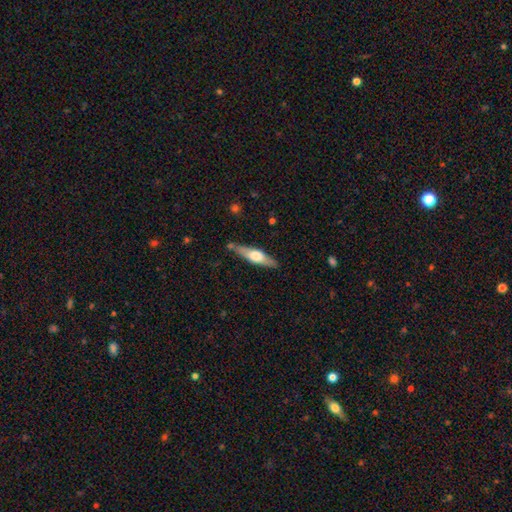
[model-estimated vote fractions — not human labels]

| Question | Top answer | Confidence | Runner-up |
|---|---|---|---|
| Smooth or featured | featured or disk | 53% | smooth (42%) |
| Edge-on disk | yes | 91% | no (9%) |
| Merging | none | 80% | minor disturbance (14%) |